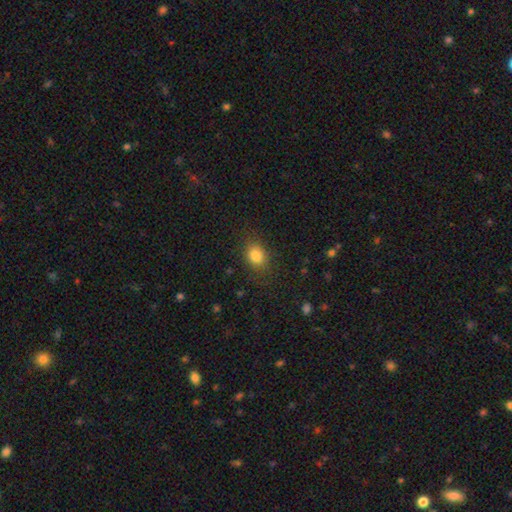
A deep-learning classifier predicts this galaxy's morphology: This appears to be a smooth galaxy with no disk features (84%) that is in between round and cigar-shaped (59%). Merging: none (78%).